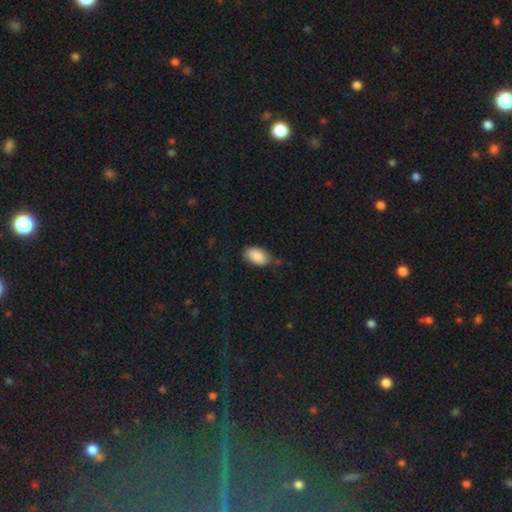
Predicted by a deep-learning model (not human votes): Overall: smooth (88%). How rounded: in between (94%). Merging: none (72%).